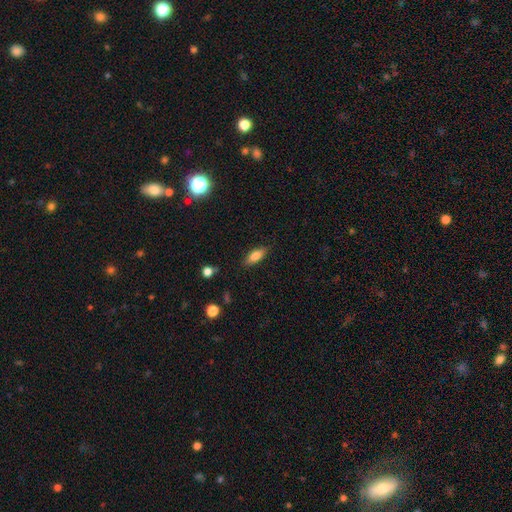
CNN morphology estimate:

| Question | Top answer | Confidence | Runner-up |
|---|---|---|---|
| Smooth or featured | smooth | 75% | featured or disk (18%) |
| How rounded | in between | 69% | cigar-shaped (29%) |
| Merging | none | 84% | minor disturbance (12%) |